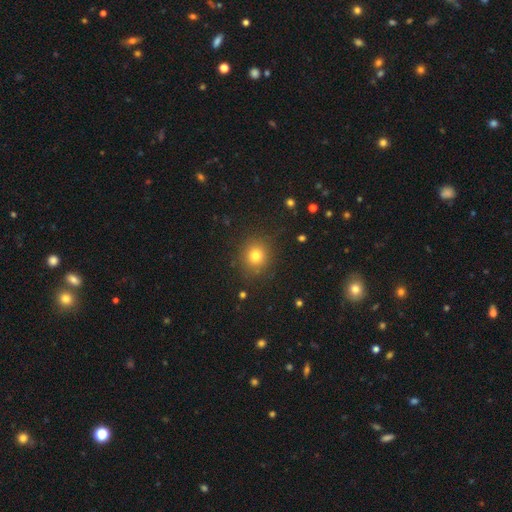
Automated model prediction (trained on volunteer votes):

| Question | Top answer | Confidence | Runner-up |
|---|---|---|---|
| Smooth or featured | smooth | 77% | star or artifact (15%) |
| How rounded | round | 86% | in between (13%) |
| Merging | none | 86% | minor disturbance (9%) |